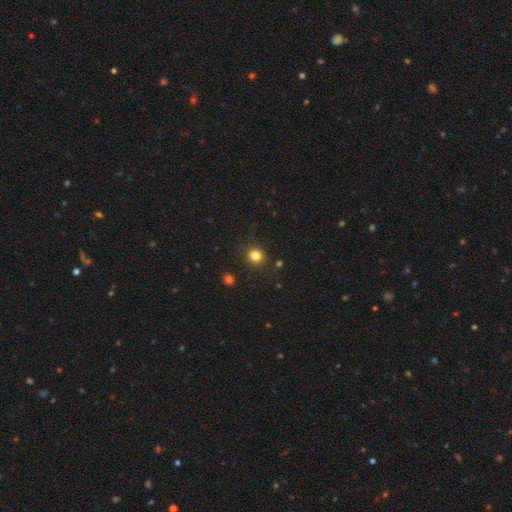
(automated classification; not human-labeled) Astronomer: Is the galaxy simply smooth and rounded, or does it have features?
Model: smooth — 82%.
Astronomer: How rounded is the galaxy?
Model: round — 83%.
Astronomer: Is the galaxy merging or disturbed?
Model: none — 88%.